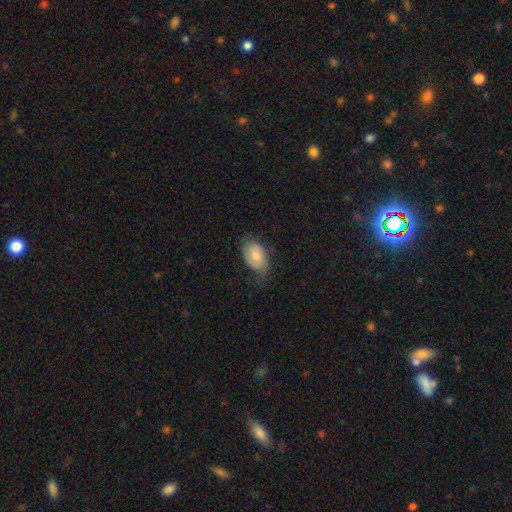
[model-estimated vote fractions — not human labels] This is likely a smooth galaxy (70%). How rounded: clearly in between (91%). Merging: possibly none (57%).